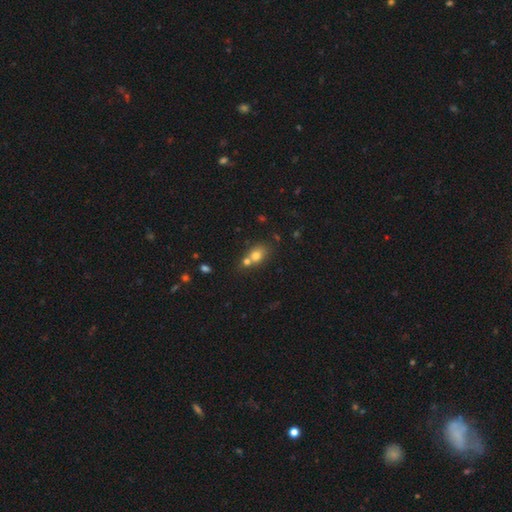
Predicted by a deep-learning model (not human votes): Morphology: type=smooth (74%); roundness=in between (54%); merging=merger (51%).